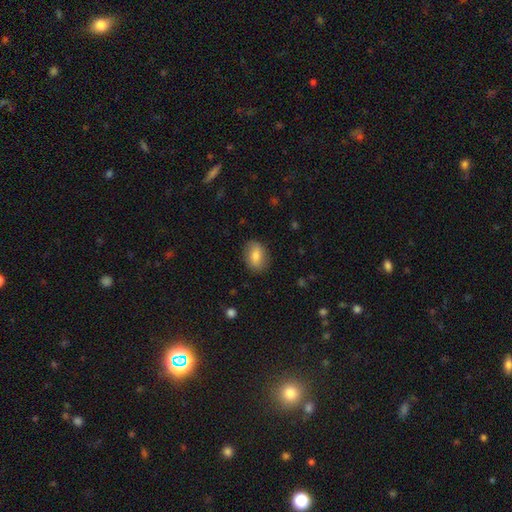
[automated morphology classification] Smooth or featured? Predicted: smooth (p=0.74). How rounded? Predicted: in between (p=0.71). Merging? Predicted: none (p=0.85).